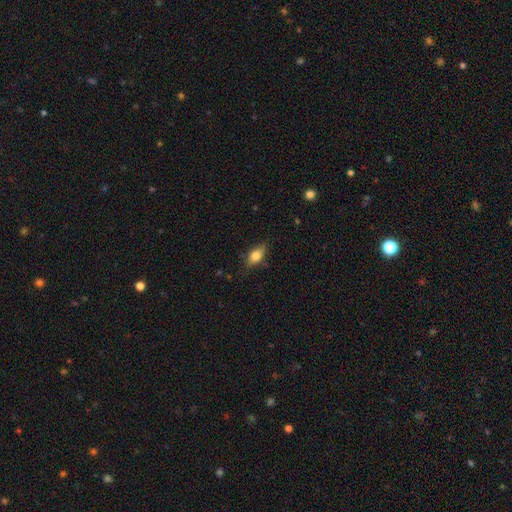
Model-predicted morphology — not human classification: This appears to be a smooth galaxy with no disk features (74%) that is in between round and cigar-shaped (82%). Merging: none (74%).